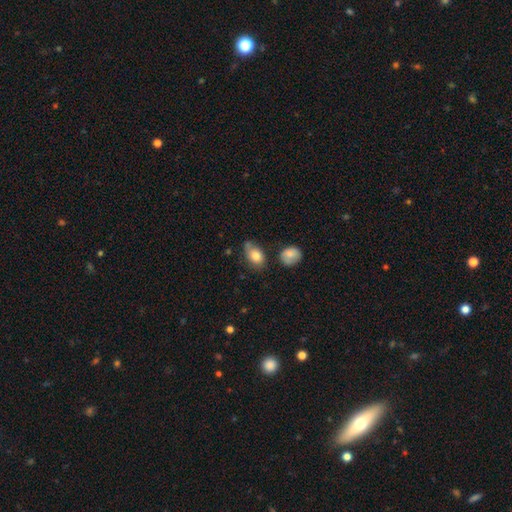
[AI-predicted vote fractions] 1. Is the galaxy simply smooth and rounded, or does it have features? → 82% smooth, 10% featured or disk, 8% star or artifact.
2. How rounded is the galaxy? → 79% in between, 19% round, 2% cigar-shaped.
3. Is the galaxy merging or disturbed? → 53% none, 30% minor disturbance, 9% merger, 8% major disturbance.